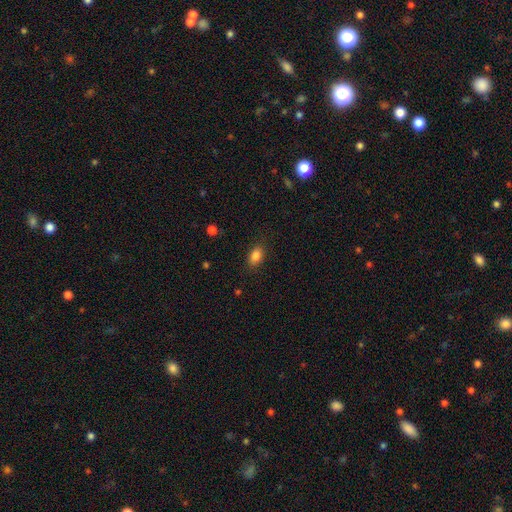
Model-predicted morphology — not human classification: Smooth or featured? Predicted: smooth (p=0.85). How rounded? Predicted: in between (p=0.85). Merging? Predicted: none (p=0.85).